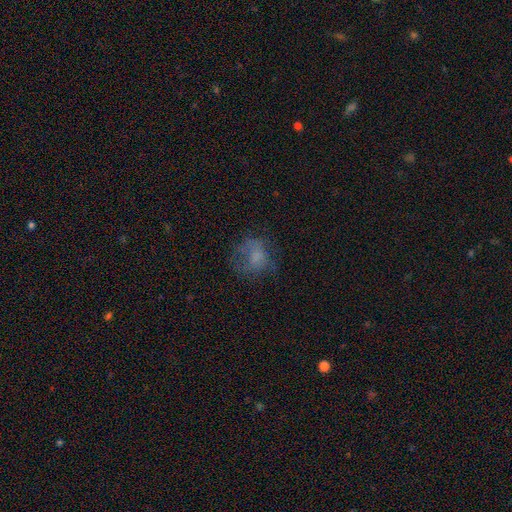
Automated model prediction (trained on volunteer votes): smooth-or-featured: smooth: 57% | featured or disk: 27% | star or artifact: 16%
  how-rounded: round: 65% | in between: 34% | cigar-shaped: 1%
  merging: none: 52% | major disturbance: 26% | minor disturbance: 21% | merger: 2%